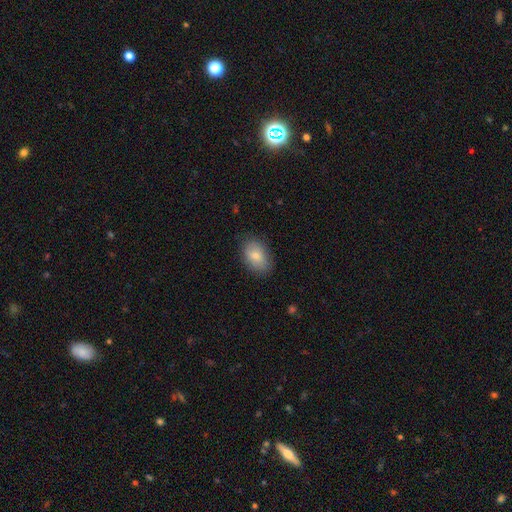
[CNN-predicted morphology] smooth 80%, featured or disk 13%, star or artifact 7%. Down the decision tree: how rounded — in between (86%); merging — none (80%).